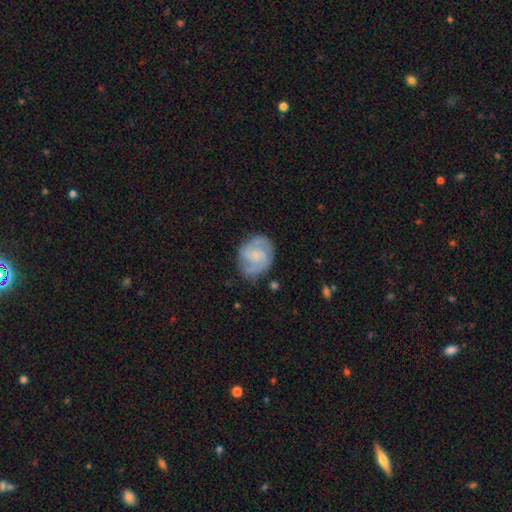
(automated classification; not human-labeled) Smooth or featured?
  - featured or disk: 71% *
  - smooth: 22%
  - star or artifact: 6%
Edge-on disk?
  - no: 98% *
  - yes: 2%
Bar?
  - no: 66% *
  - weak: 30%
  - strong: 4%
Spiral arms?
  - yes: 93% *
  - no: 7%
Spiral winding?
  - tight: 48% *
  - medium: 42%
  - loose: 11%
Spiral arm count?
  - 2: 49% *
  - 3: 23%
  - can't tell: 18%
  - 1: 4%
  - 4: 4%
  - more than 4: 3%
Bulge size?
  - small: 48% *
  - none: 30%
  - moderate: 18%
  - large: 3%
  - dominant: 1%
Merging?
  - none: 70% *
  - minor disturbance: 21%
  - major disturbance: 8%
  - merger: 2%